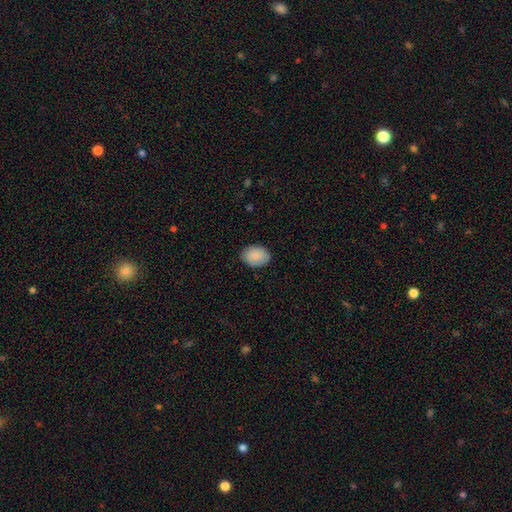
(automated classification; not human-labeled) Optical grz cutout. It shows a smooth galaxy with no disk features (89%) that is in between round and cigar-shaped (72%). Merging: none (84%).